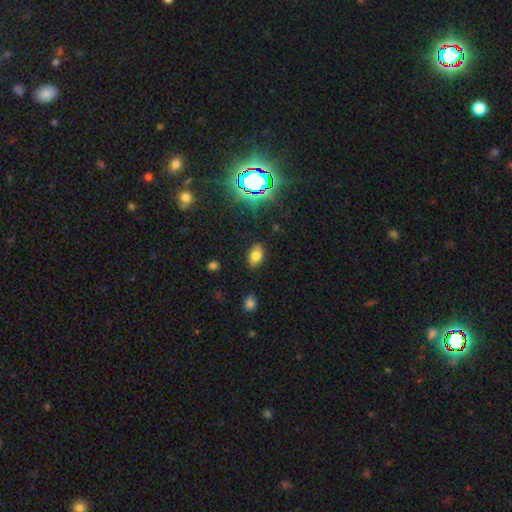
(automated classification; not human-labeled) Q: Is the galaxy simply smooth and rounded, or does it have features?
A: smooth — 73%.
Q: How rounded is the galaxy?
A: in between — 89%.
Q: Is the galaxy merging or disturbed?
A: none — 84%.